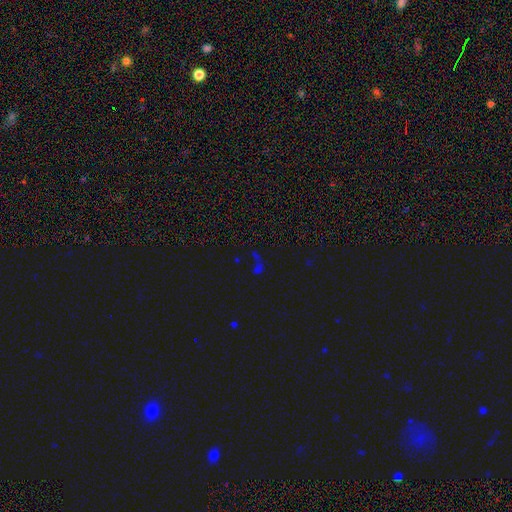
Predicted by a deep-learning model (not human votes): Smooth or featured: star or artifact — 57% (smooth — 28%)